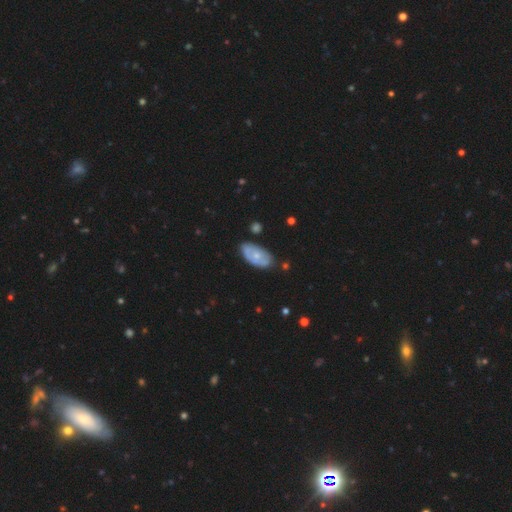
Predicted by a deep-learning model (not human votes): smooth 48%, featured or disk 46%, star or artifact 6%. Down the decision tree: merging — none (68%).